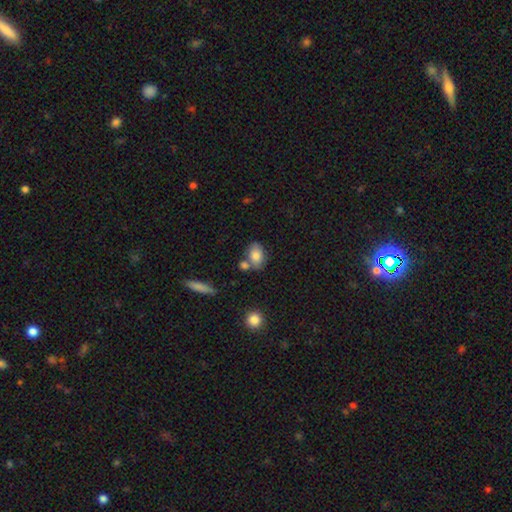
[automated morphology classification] The model was most divided on "merging": none: 58%, merger: 23%, minor disturbance: 15%, major disturbance: 4%. More confident: how rounded — in between (81%); smooth or featured — smooth (81%).